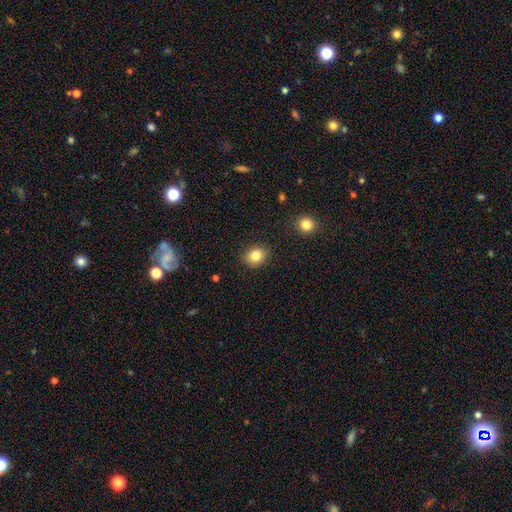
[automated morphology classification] The model was most divided on "how rounded": round: 60%, in between: 39%, cigar-shaped: 1%. More confident: merging — none (88%); smooth or featured — smooth (83%).